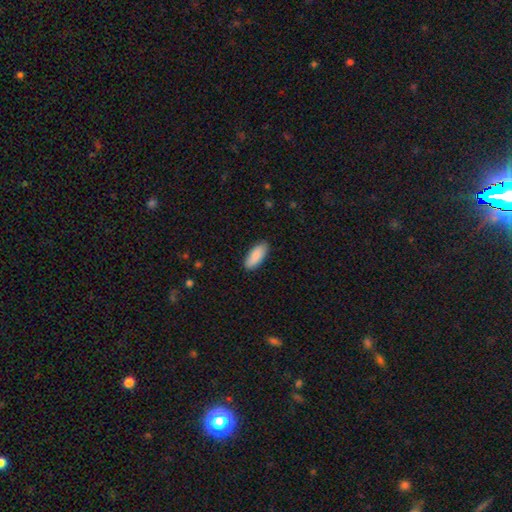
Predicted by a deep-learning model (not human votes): Overall: smooth (88%). How rounded: in between (79%). Merging: none (88%).